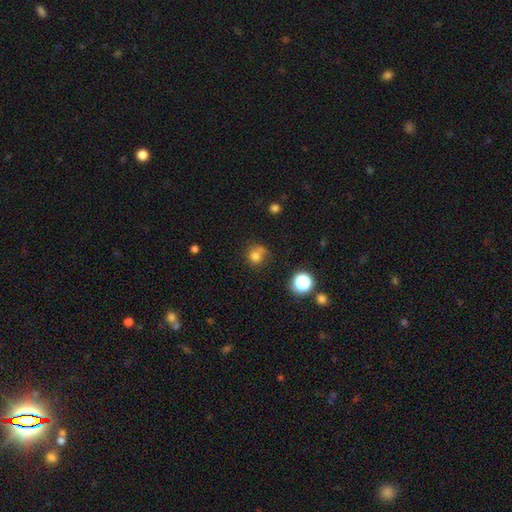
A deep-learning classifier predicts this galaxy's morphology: Smooth or featured? smooth (75%)
How rounded? round (86%)
Merging? none (57%)